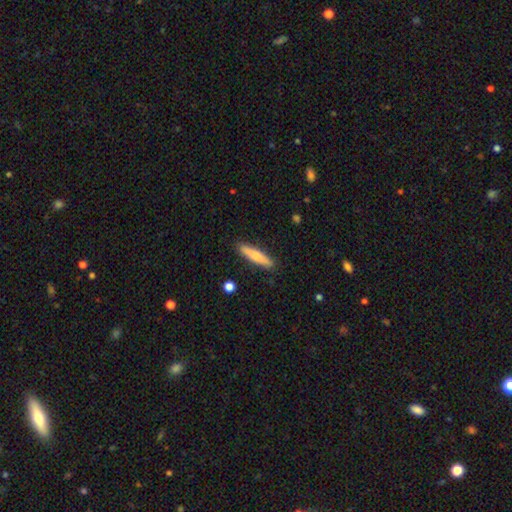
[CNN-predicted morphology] A smooth galaxy with no disk features (70%) that is cigar-shaped (87%).

Vote fractions:
- Smooth or featured? smooth: 70% / featured or disk: 24% / star or artifact: 6%
- How rounded? cigar-shaped: 87% / in between: 12% / round: 1%
- Merging? none: 88% / minor disturbance: 8% / major disturbance: 2% / merger: 2%